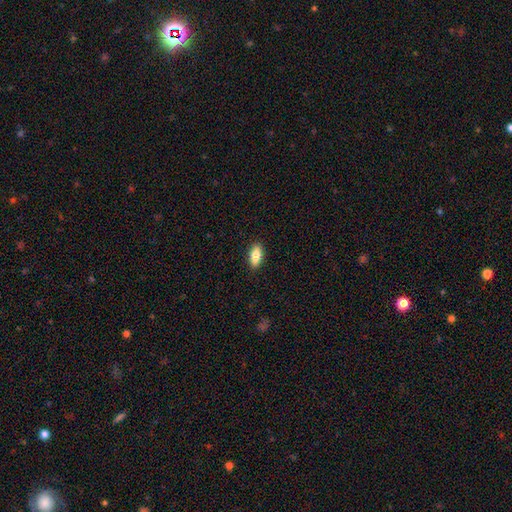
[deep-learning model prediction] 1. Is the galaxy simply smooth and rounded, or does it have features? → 78% smooth, 15% featured or disk, 7% star or artifact.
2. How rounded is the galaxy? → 80% in between, 17% cigar-shaped, 3% round.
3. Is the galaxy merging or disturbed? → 89% none, 8% minor disturbance, 2% major disturbance, 1% merger.